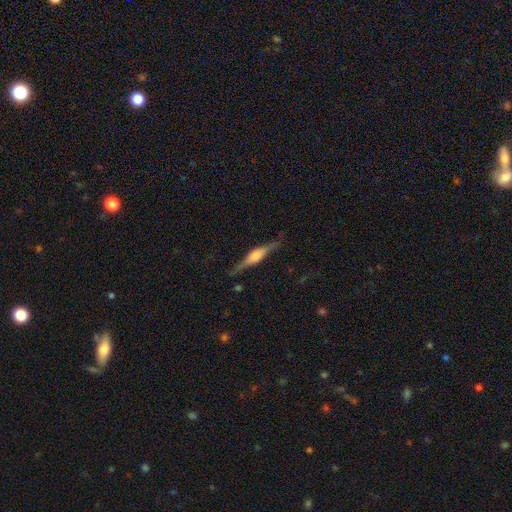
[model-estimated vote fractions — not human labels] Morphology: type=featured or disk (70%); edge-on=yes (96%); edge-on bulge=rounded (74%); merging=none (81%).